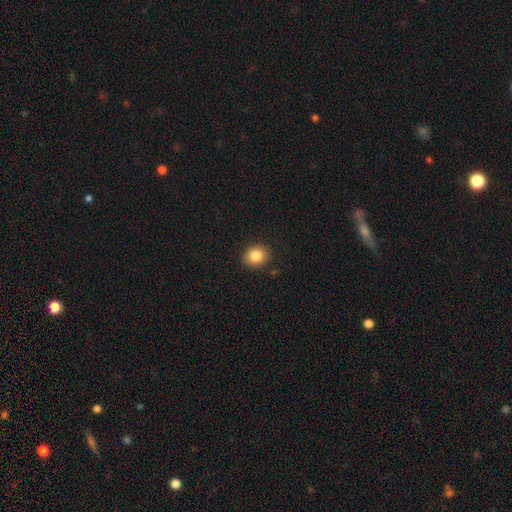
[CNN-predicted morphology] Q: Smooth or featured?
A: smooth (84%); runner-up: star or artifact (10%)
Q: How rounded?
A: round (68%); runner-up: in between (31%)
Q: Merging?
A: none (90%); runner-up: minor disturbance (7%)